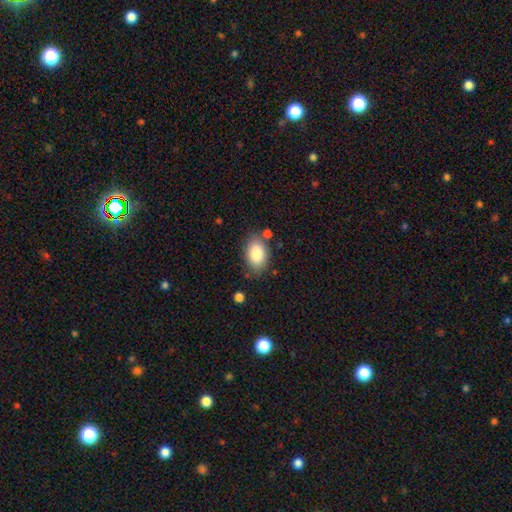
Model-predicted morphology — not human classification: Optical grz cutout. It shows a smooth galaxy with no disk features (86%) that is in between round and cigar-shaped (89%). Merging: none (75%).